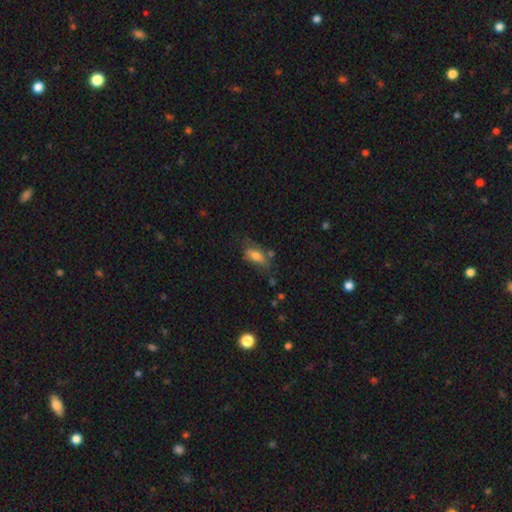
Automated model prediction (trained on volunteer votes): Q: Smooth or featured?
A: smooth (70%); runner-up: featured or disk (21%)
Q: How rounded?
A: in between (82%); runner-up: cigar-shaped (14%)
Q: Merging?
A: none (51%); runner-up: minor disturbance (28%)